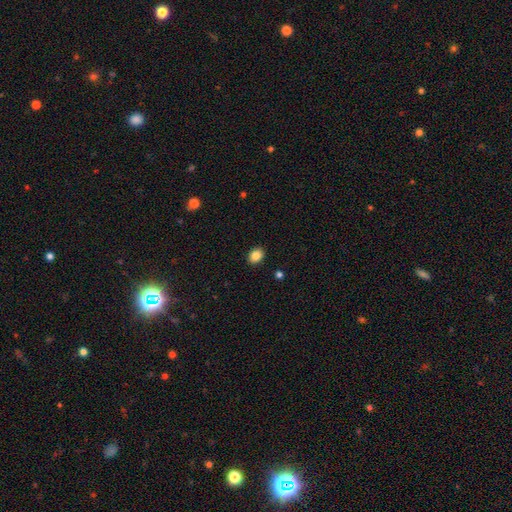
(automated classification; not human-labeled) Smooth or featured? Predicted: smooth (p=0.86). How rounded? Predicted: in between (p=0.54). Merging? Predicted: none (p=0.91).